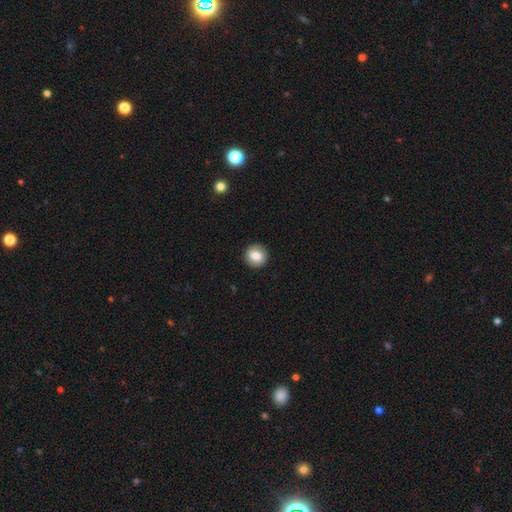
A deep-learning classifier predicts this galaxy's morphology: Smooth or featured?
  - smooth: 78% *
  - featured or disk: 13%
  - star or artifact: 8%
How rounded?
  - round: 90% *
  - in between: 9%
  - cigar-shaped: 1%
Merging?
  - none: 90% *
  - minor disturbance: 7%
  - major disturbance: 2%
  - merger: 1%